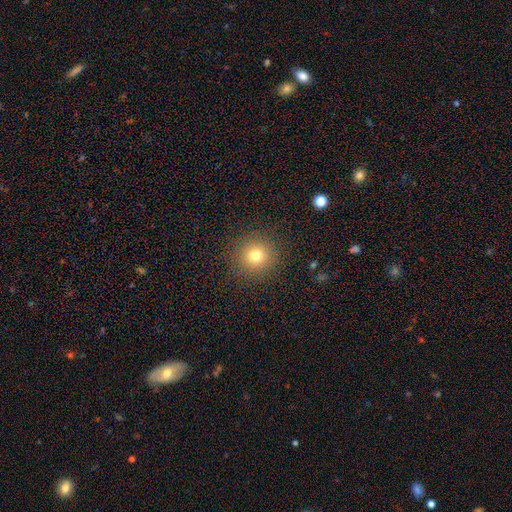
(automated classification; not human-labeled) Smooth or featured?
  - smooth: 75% *
  - star or artifact: 16%
  - featured or disk: 9%
How rounded?
  - round: 95% *
  - in between: 4%
  - cigar-shaped: 1%
Merging?
  - none: 90% *
  - minor disturbance: 6%
  - major disturbance: 3%
  - merger: 1%